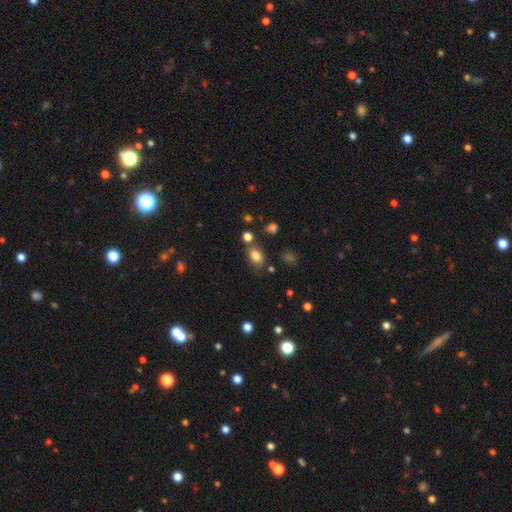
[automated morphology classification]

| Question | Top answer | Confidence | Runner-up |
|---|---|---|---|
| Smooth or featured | smooth | 82% | star or artifact (11%) |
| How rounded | in between | 75% | round (24%) |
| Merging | none | 69% | minor disturbance (16%) |